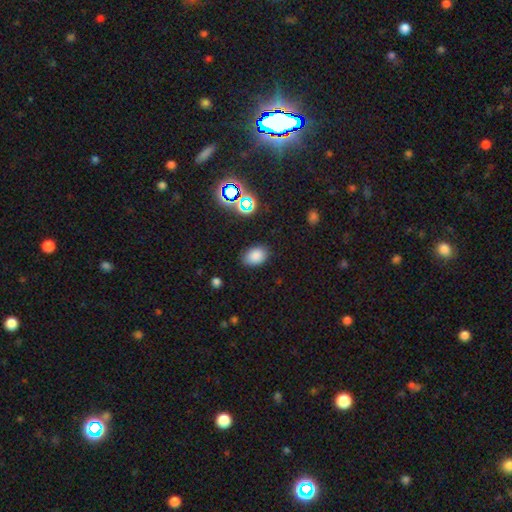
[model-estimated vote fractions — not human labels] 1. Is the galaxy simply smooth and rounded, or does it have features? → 81% smooth, 14% star or artifact, 5% featured or disk.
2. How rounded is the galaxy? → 80% in between, 19% round, 1% cigar-shaped.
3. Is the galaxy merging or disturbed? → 83% none, 12% minor disturbance, 3% major disturbance, 1% merger.